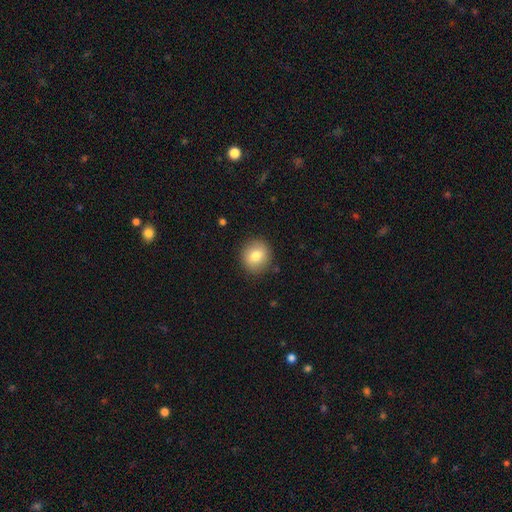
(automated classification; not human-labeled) This appears to be a smooth galaxy with no disk features (80%) that is round (89%). Merging: none (89%).